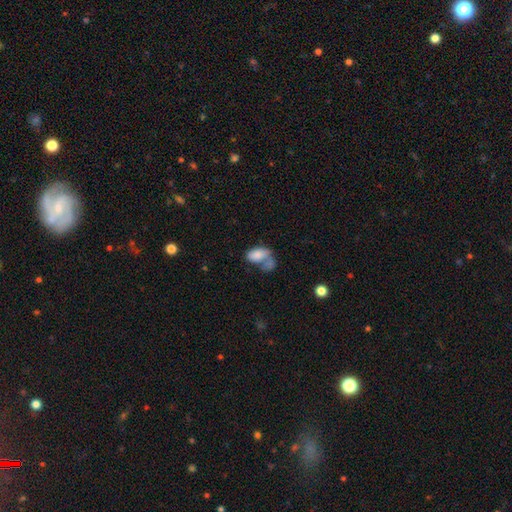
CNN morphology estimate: smooth_or_featured: smooth (p=0.74) [alt: featured or disk p=0.18]
how_rounded: in between (p=0.90) [alt: round p=0.08]
merging: merger (p=0.45) [alt: major disturbance p=0.23]